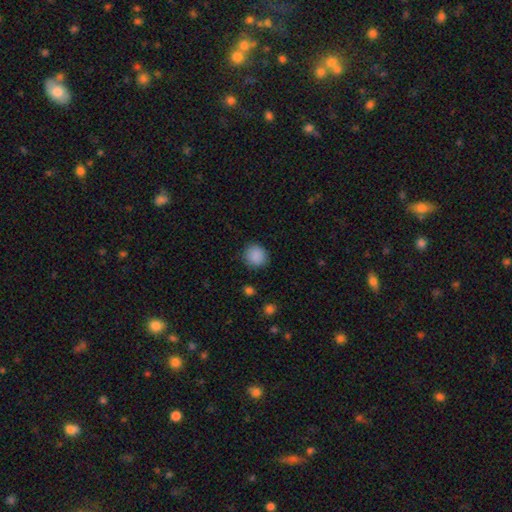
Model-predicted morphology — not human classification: A smooth galaxy with no disk features (88%) that is round (85%).

Vote fractions:
- Smooth or featured? smooth: 88% / star or artifact: 9% / featured or disk: 3%
- How rounded? round: 85% / in between: 14% / cigar-shaped: 1%
- Merging? none: 86% / minor disturbance: 10% / major disturbance: 3% / merger: 1%